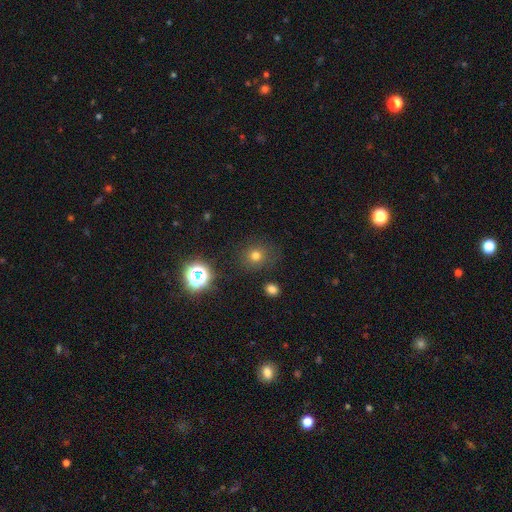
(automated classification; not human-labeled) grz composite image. It shows a smooth galaxy with no disk features (71%) that is round (85%). Merging: none (83%).